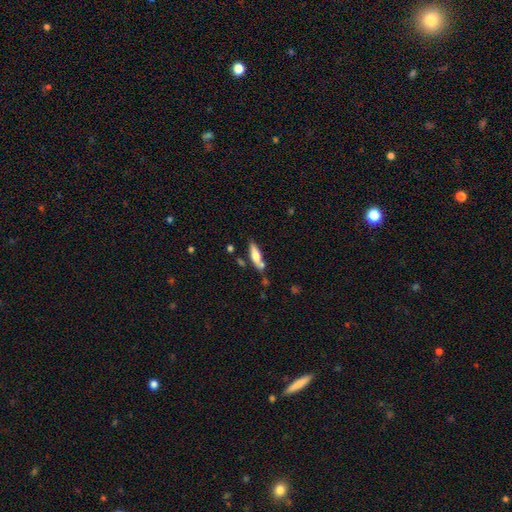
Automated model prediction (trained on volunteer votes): Smooth or featured? smooth (61%)
How rounded? cigar-shaped (62%)
Merging? none (65%)